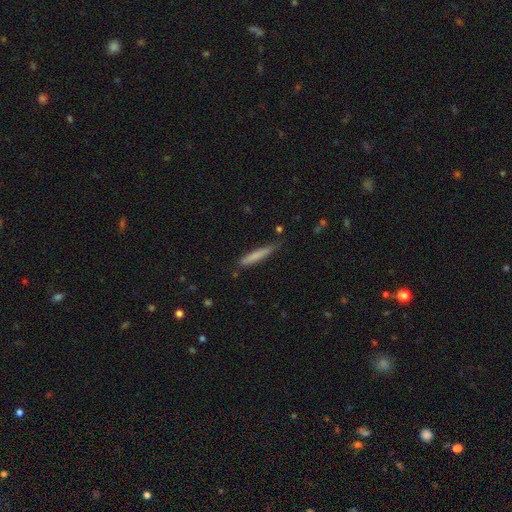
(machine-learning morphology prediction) The model was most divided on "merging": none: 77%, minor disturbance: 18%, major disturbance: 3%, merger: 2%. More confident: how rounded — cigar-shaped (93%); smooth or featured — smooth (78%).